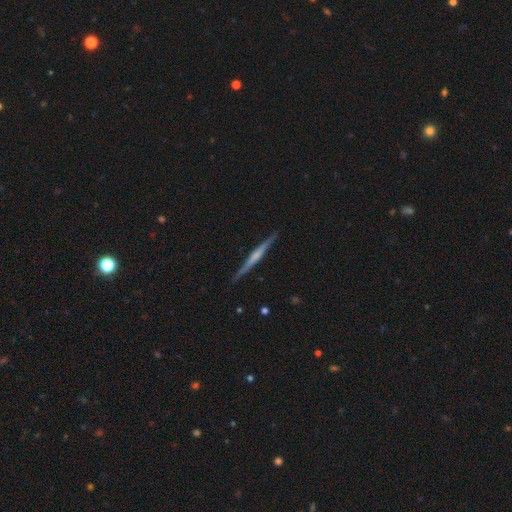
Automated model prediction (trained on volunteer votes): This is likely a featured or disk galaxy (69%). It is clearly viewed edge-on (98%). Edge-on bulge: marginally none (40%). Merging: clearly none (90%).